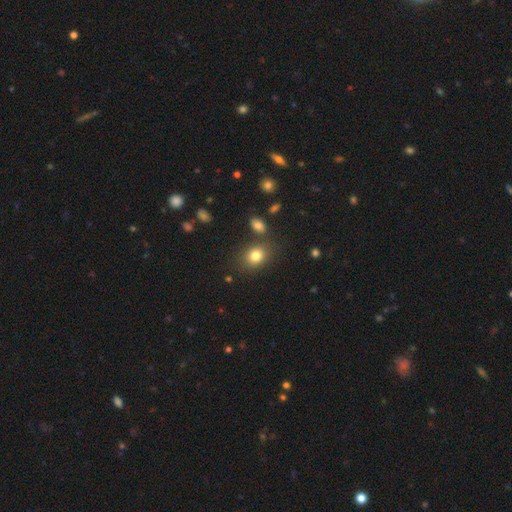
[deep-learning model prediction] Smooth or featured: smooth — 81% (star or artifact — 11%)
How rounded: in between — 53% (round — 46%)
Merging: none — 77% (minor disturbance — 11%)